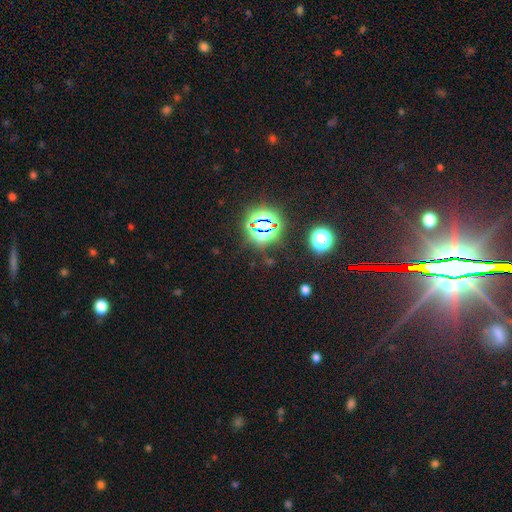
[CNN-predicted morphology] Smooth or featured? star or artifact (79%)